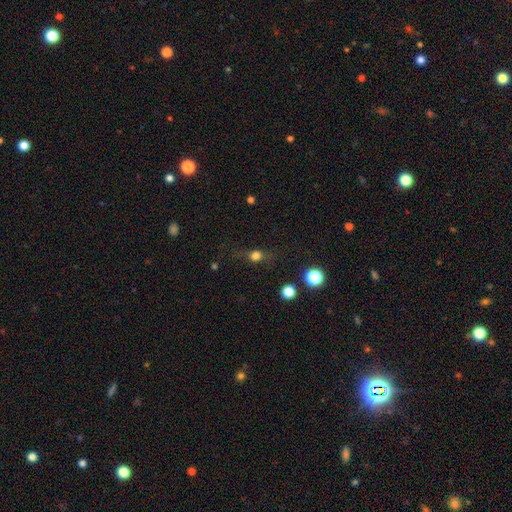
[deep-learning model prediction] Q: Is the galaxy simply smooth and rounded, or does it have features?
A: smooth — 69%.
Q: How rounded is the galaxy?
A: round — 60%.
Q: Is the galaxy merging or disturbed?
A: none — 69%.